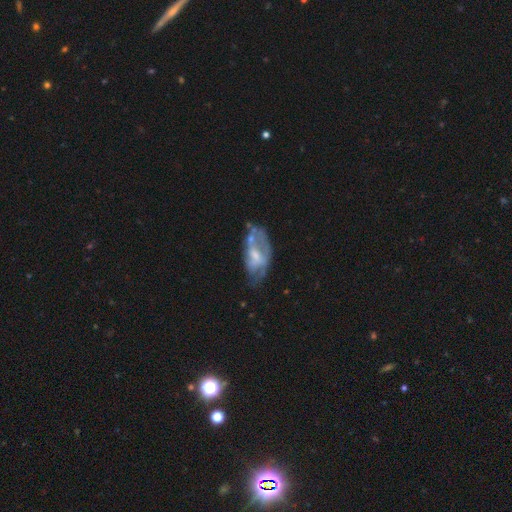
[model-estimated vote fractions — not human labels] smooth-or-featured: featured or disk: 59% | smooth: 33% | star or artifact: 8%
  disk-edge-on: no: 93% | yes: 7%
    bar: no: 58% | weak: 34% | strong: 8%
    has-spiral-arms: no: 64% | yes: 36%
    bulge-size: moderate: 39% | small: 36% | none: 18% | large: 5% | dominant: 1%
  merging: none: 36% | minor disturbance: 28% | major disturbance: 26% | merger: 10%